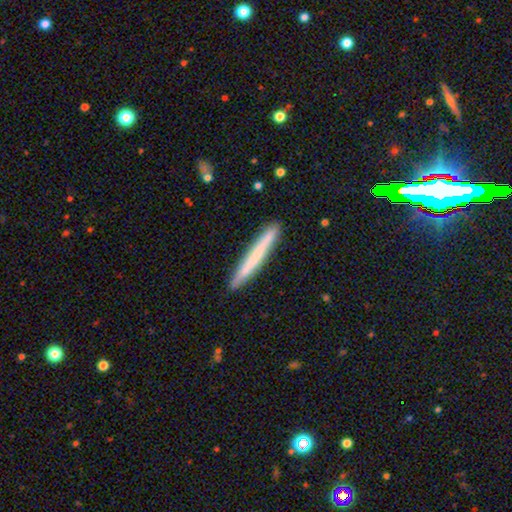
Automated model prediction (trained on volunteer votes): Smooth or featured? smooth (63%)
How rounded? cigar-shaped (97%)
Merging? none (91%)